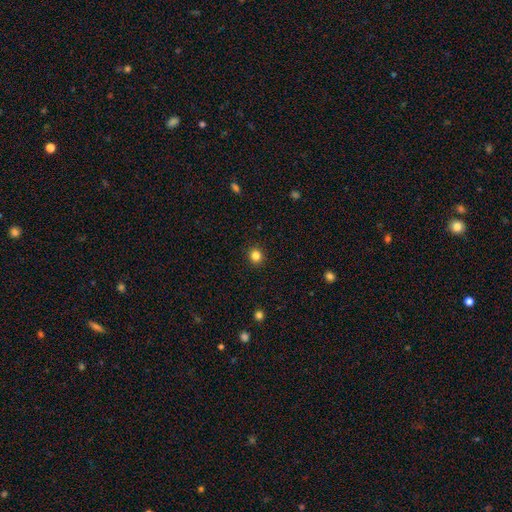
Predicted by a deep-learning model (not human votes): smooth 83%, star or artifact 12%, featured or disk 4%. Down the decision tree: how rounded — round (90%); merging — none (92%).